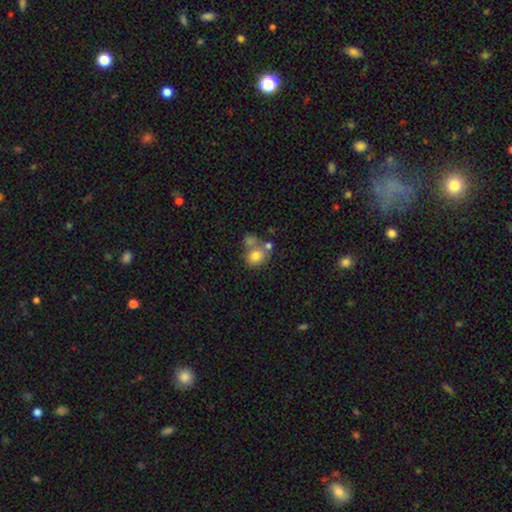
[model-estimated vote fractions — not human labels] Smooth or featured?
  - smooth: 74% *
  - featured or disk: 15%
  - star or artifact: 11%
How rounded?
  - round: 63% *
  - in between: 36%
  - cigar-shaped: 1%
Merging?
  - merger: 42% *
  - none: 40%
  - minor disturbance: 12%
  - major disturbance: 6%